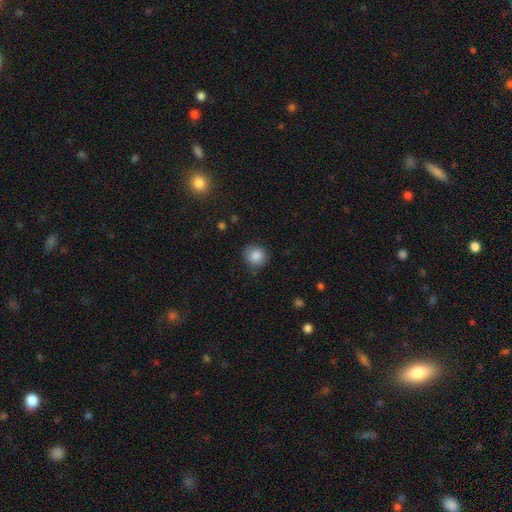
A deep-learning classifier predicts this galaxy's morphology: Smooth or featured? smooth (86%)
How rounded? round (89%)
Merging? none (83%)